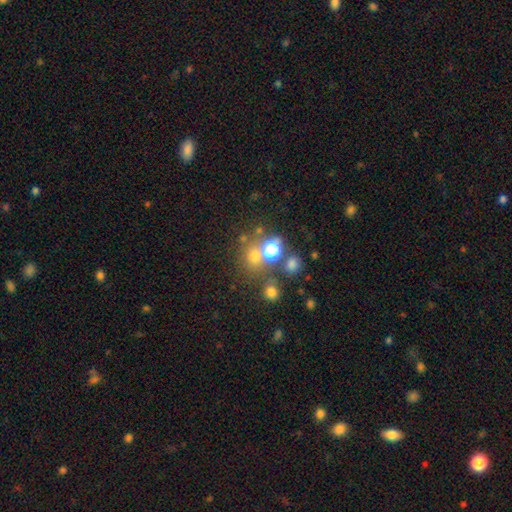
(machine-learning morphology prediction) smooth_or_featured: smooth (p=0.60) [alt: star or artifact p=0.28]
how_rounded: round (p=0.78) [alt: in between p=0.21]
merging: none (p=0.59) [alt: merger p=0.26]